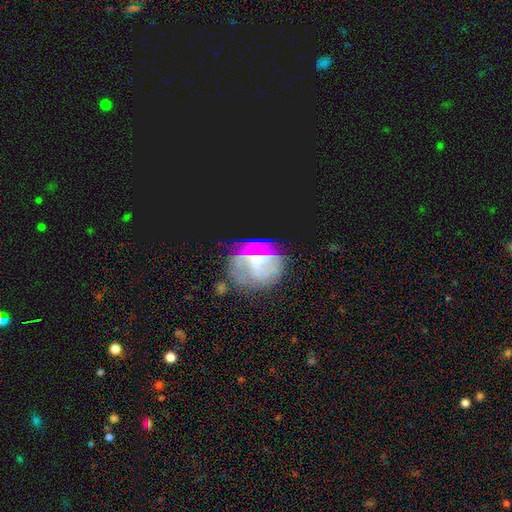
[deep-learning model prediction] Overall: featured or disk (44%; smooth 29%). Merging: none (62%).